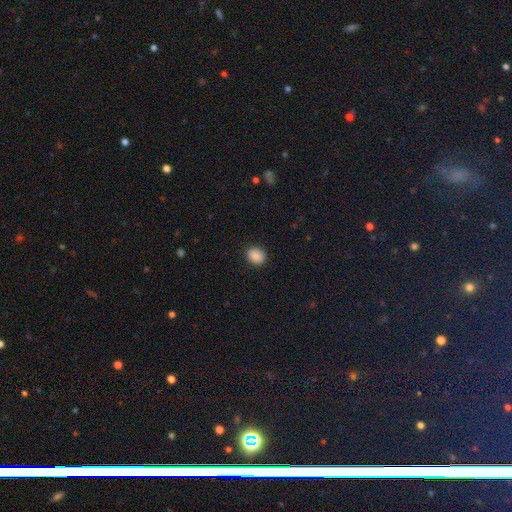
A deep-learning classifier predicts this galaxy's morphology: This appears to be a smooth galaxy with no disk features (88%) that is round (55%). Merging: none (89%).